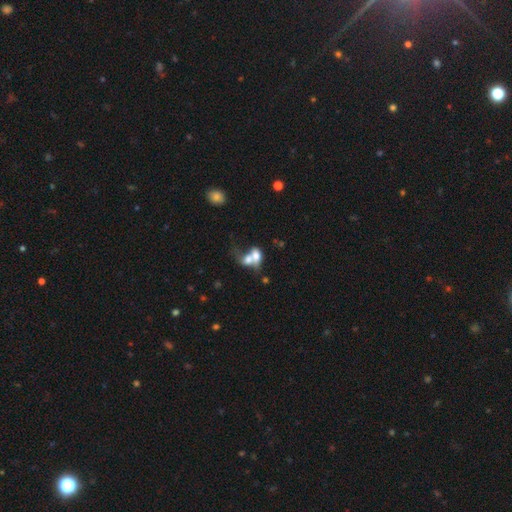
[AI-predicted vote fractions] Smooth or featured? Predicted: smooth (p=0.61). How rounded? Predicted: in between (p=0.70). Merging? Predicted: merger (p=0.75).